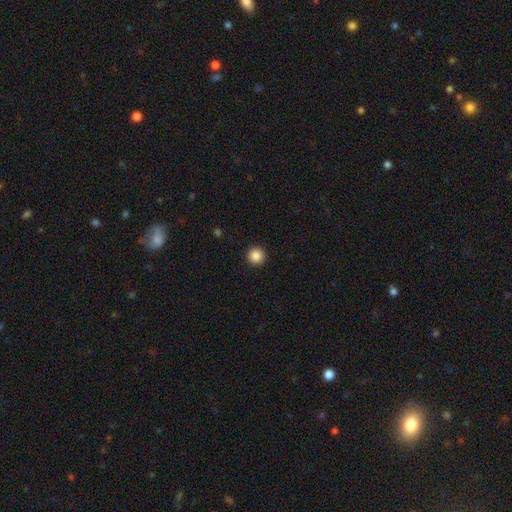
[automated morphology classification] Q: Smooth or featured?
A: smooth (86%); runner-up: star or artifact (10%)
Q: How rounded?
A: round (96%); runner-up: in between (3%)
Q: Merging?
A: none (93%); runner-up: minor disturbance (4%)